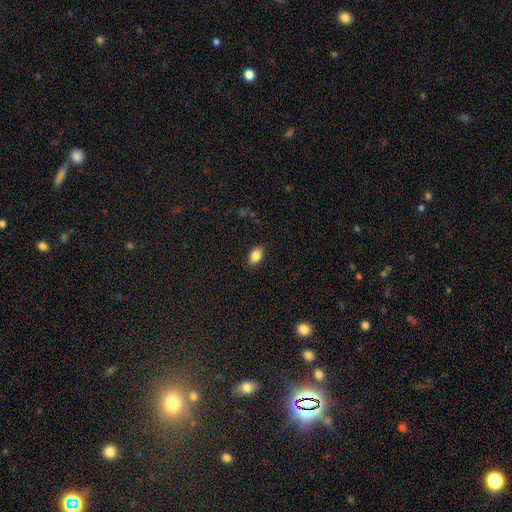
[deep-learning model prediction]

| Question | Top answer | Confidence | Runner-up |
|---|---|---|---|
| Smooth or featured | smooth | 85% | star or artifact (8%) |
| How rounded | in between | 85% | round (14%) |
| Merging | none | 87% | minor disturbance (9%) |